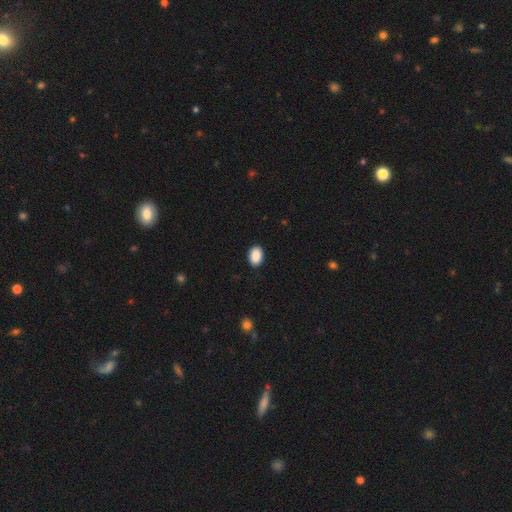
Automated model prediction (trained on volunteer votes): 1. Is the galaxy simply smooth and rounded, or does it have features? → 91% smooth, 7% star or artifact, 2% featured or disk.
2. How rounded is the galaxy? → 85% in between, 14% round, 1% cigar-shaped.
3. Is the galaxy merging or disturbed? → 90% none, 8% minor disturbance, 2% major disturbance, 1% merger.